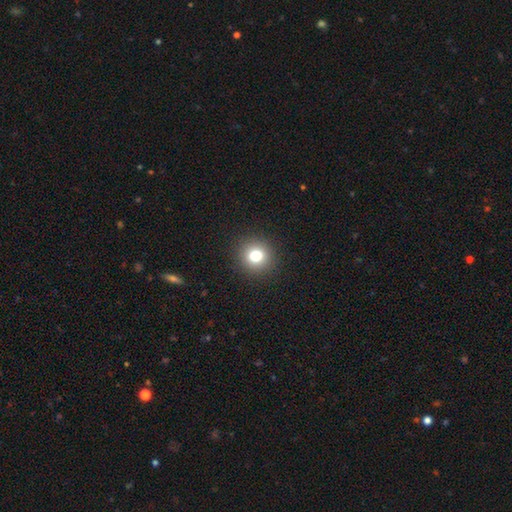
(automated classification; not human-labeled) The model was most divided on "smooth or featured": smooth: 77%, star or artifact: 14%, featured or disk: 9%. More confident: merging — none (91%); how rounded — round (91%).